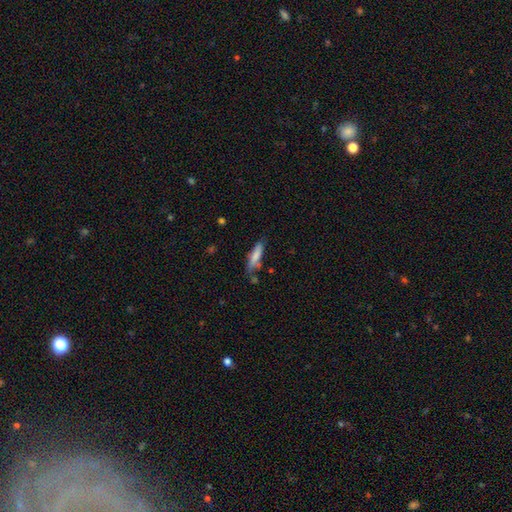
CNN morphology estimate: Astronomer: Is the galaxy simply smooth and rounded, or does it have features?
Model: smooth — 77%.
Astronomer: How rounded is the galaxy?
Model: cigar-shaped — 73%.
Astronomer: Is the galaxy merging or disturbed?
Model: none — 64%.